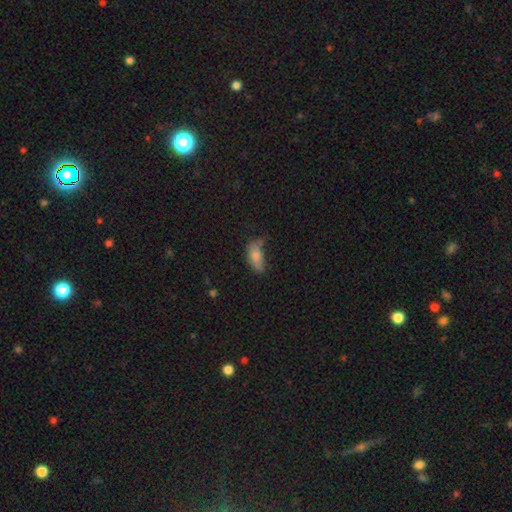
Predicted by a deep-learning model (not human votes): smooth 74%, featured or disk 16%, star or artifact 10%. Down the decision tree: how rounded — in between (84%); merging — none (40%).